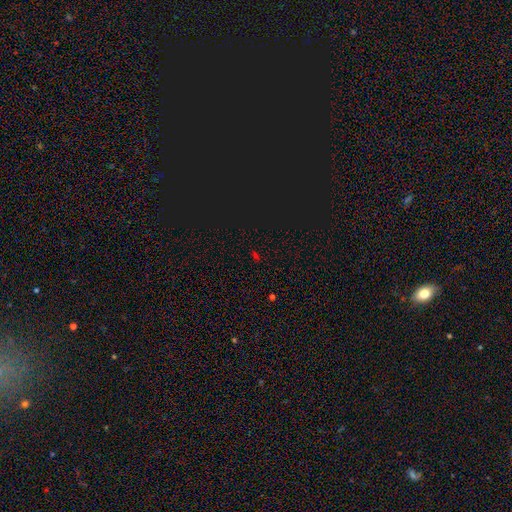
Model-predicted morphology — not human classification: This appears to be a star or artifact, not a galaxy (65%).